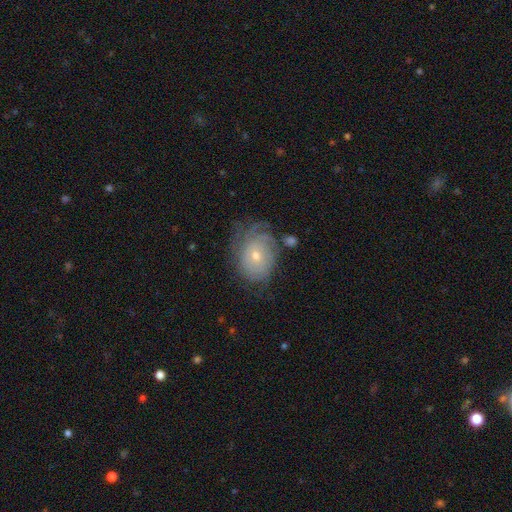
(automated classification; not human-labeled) Smooth or featured: featured or disk — 64% (smooth — 27%)
Edge-on disk: no — 96% (yes — 4%)
Bar: no — 83% (weak — 15%)
Spiral arms: yes — 81% (no — 19%)
Bulge size: small — 58% (moderate — 39%)
Merging: none — 58% (minor disturbance — 24%)